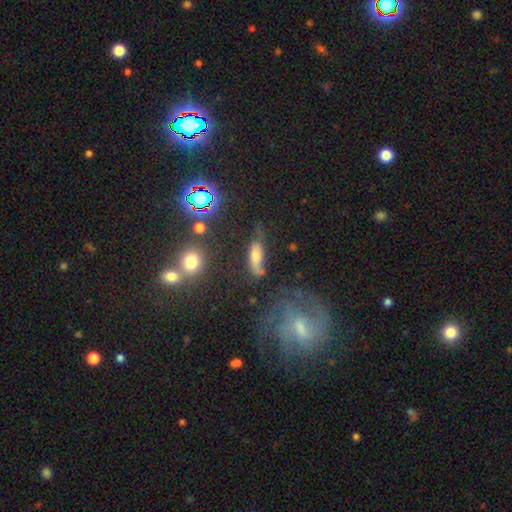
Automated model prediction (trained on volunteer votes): smooth 47%, featured or disk 36%, star or artifact 17%. Down the decision tree: merging — none (55%).